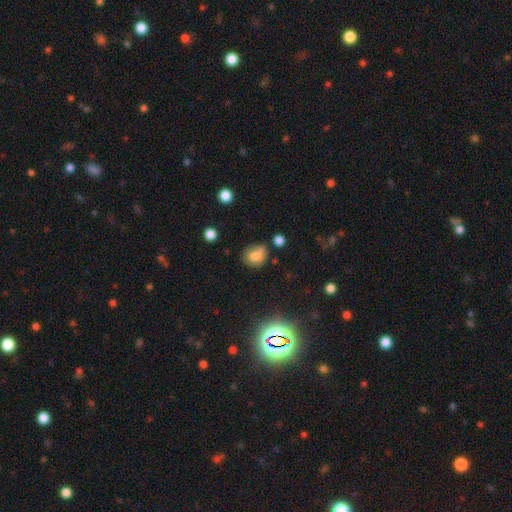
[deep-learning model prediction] A smooth galaxy with no disk features (73%) that is round (64%).

Vote fractions:
- Smooth or featured? smooth: 73% / star or artifact: 13% / featured or disk: 13%
- How rounded? round: 64% / in between: 35% / cigar-shaped: 1%
- Merging? none: 53% / minor disturbance: 28% / major disturbance: 11% / merger: 9%